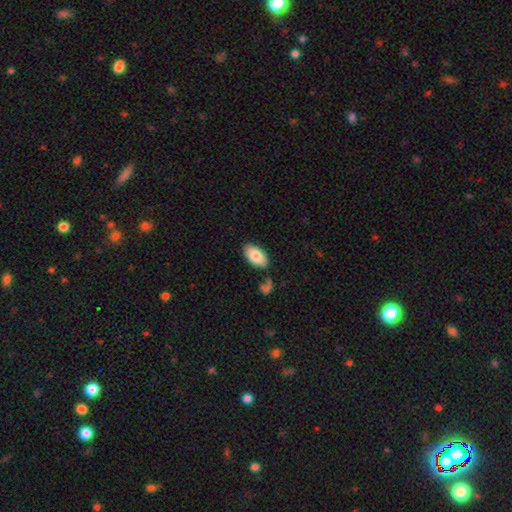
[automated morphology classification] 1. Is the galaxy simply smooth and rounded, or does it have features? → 82% smooth, 12% featured or disk, 6% star or artifact.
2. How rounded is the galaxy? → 95% in between, 3% round, 2% cigar-shaped.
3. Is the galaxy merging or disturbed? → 76% none, 14% minor disturbance, 6% merger, 4% major disturbance.